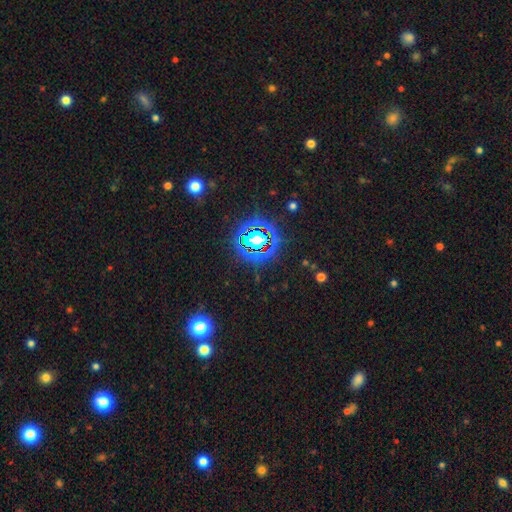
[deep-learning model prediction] This is clearly a star or artifact rather than a galaxy (80%).